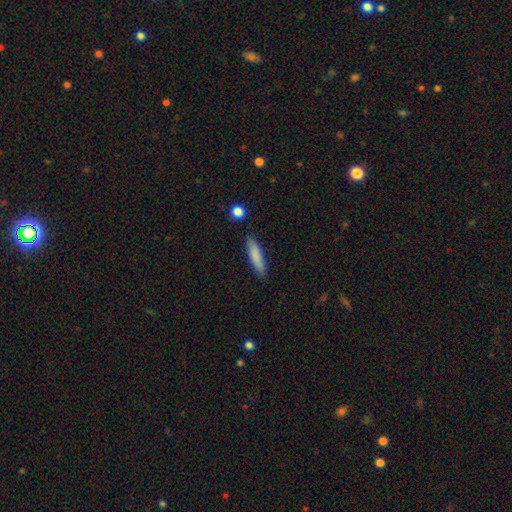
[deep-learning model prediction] Smooth or featured? smooth (83%)
How rounded? cigar-shaped (80%)
Merging? none (86%)